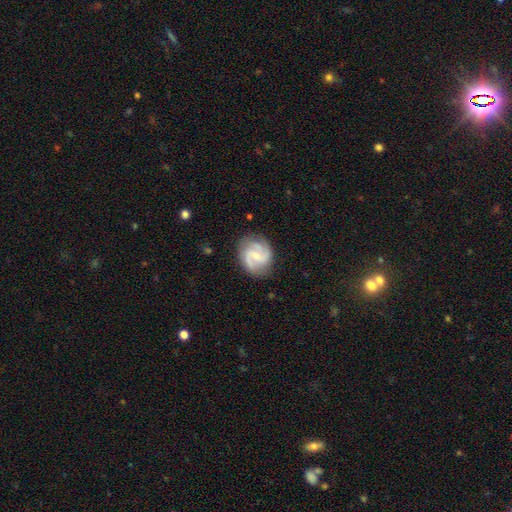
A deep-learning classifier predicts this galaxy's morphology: Overall: featured or disk (82%). Edge-on disk: no (98%). Bar: weak (48%; no 42%). Spiral arms: yes (97%). Spiral arm count: 2 (66%). Spiral winding: medium (53%; tight 24%). Bulge size: small (63%; moderate 27%). Merging: none (80%).